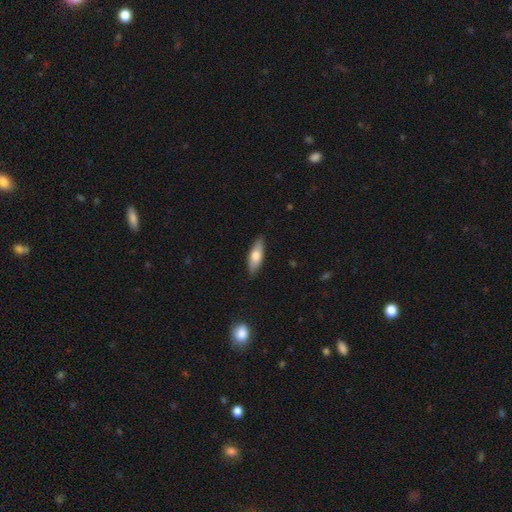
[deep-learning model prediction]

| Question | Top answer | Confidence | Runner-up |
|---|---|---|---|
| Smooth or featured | smooth | 68% | featured or disk (26%) |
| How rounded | in between | 59% | cigar-shaped (39%) |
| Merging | none | 87% | minor disturbance (10%) |